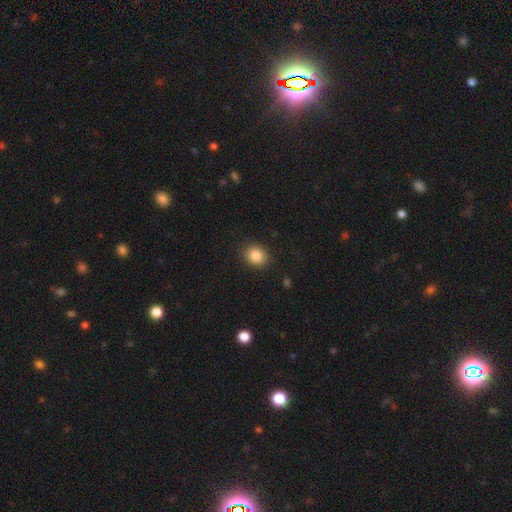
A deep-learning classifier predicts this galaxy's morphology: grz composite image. It shows a smooth galaxy with no disk features (86%) that is round (63%). Merging: none (88%).